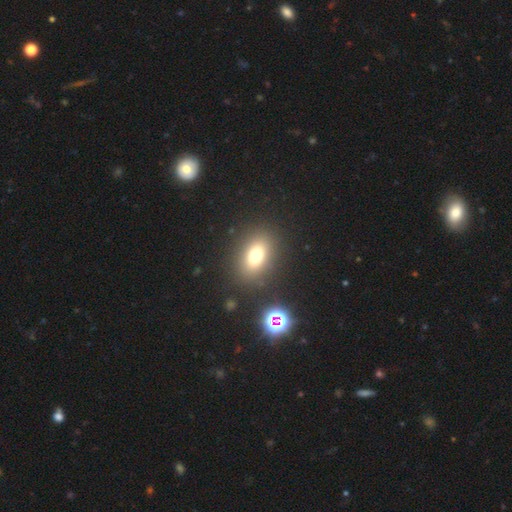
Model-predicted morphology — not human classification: A smooth galaxy with no disk features (73%) that is in between round and cigar-shaped (75%). Merging: none (85%).